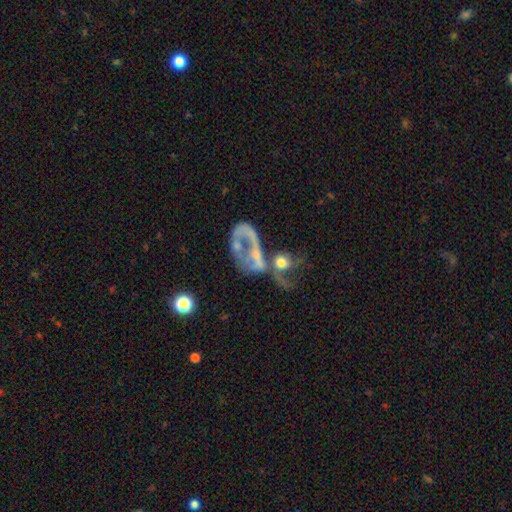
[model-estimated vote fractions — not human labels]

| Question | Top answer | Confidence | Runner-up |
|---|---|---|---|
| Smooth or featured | featured or disk | 62% | smooth (24%) |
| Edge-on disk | no | 96% | yes (4%) |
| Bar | no | 81% | weak (14%) |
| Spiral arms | no | 71% | yes (29%) |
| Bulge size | none | 42% | moderate (26%) |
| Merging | merger | 49% | major disturbance (30%) |